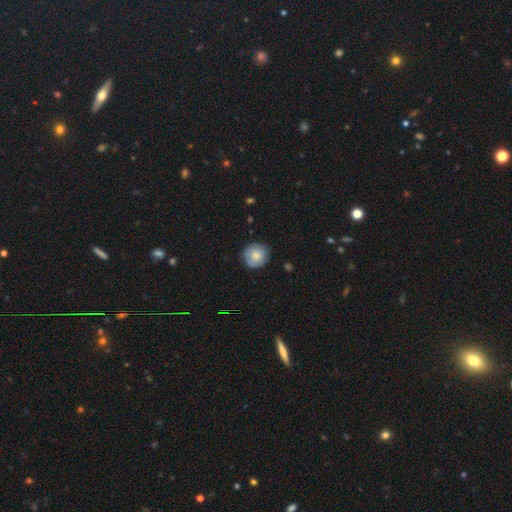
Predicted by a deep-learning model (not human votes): Smooth or featured: smooth — 69% (featured or disk — 25%)
How rounded: round — 91% (in between — 8%)
Merging: none — 81% (minor disturbance — 15%)